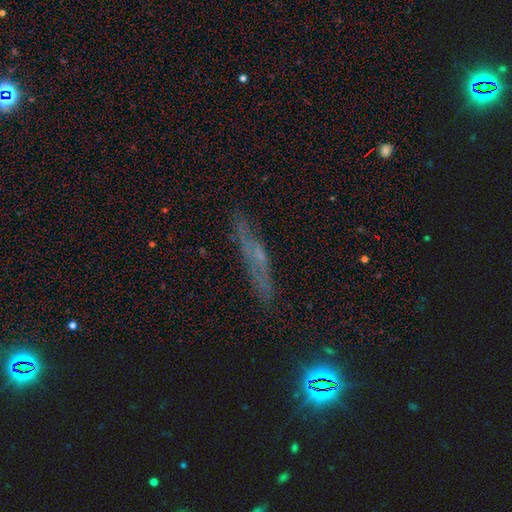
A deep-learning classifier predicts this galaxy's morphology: Overall: featured or disk (49%; smooth 31%). Merging: none (77%).